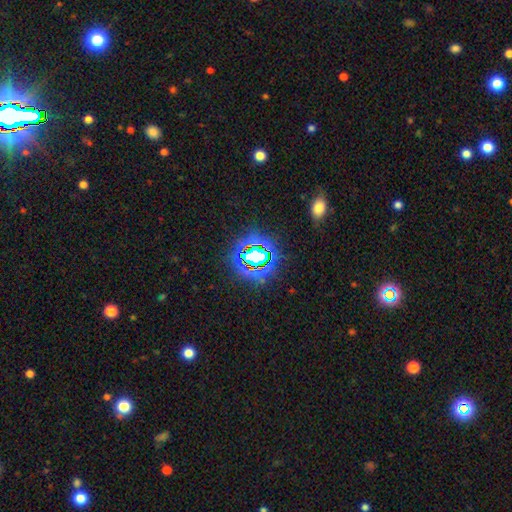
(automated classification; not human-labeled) star or artifact 76%, smooth 15%, featured or disk 9%.